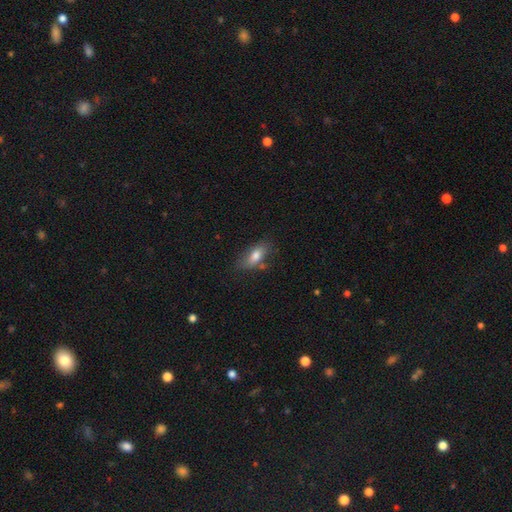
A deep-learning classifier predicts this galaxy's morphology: Smooth or featured? smooth (75%)
How rounded? in between (81%)
Merging? none (65%)